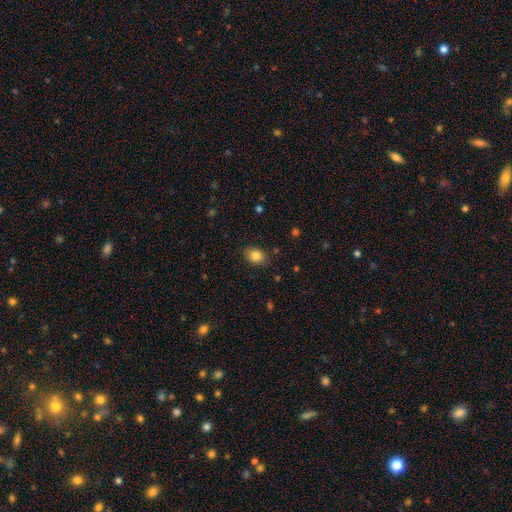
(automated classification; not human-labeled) Morphology: type=smooth (83%); roundness=in between (72%); merging=none (84%).